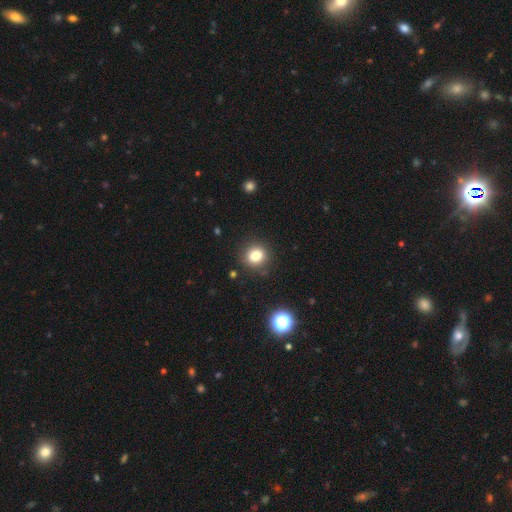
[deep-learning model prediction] Smooth or featured: smooth — 81% (star or artifact — 13%)
How rounded: round — 83% (in between — 16%)
Merging: none — 89% (minor disturbance — 7%)